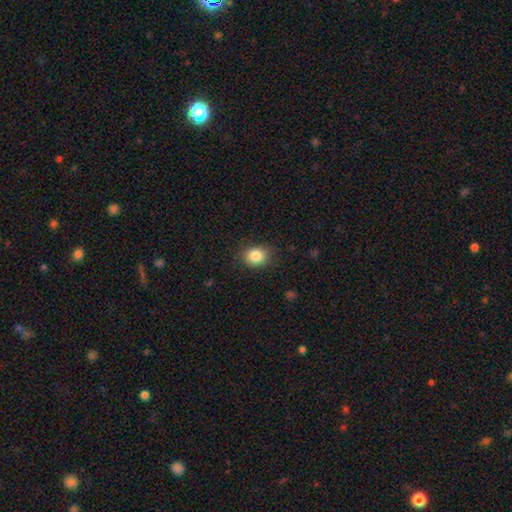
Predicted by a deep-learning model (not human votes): Smooth or featured: smooth — 85% (star or artifact — 10%)
How rounded: round — 60% (in between — 39%)
Merging: none — 84% (minor disturbance — 12%)